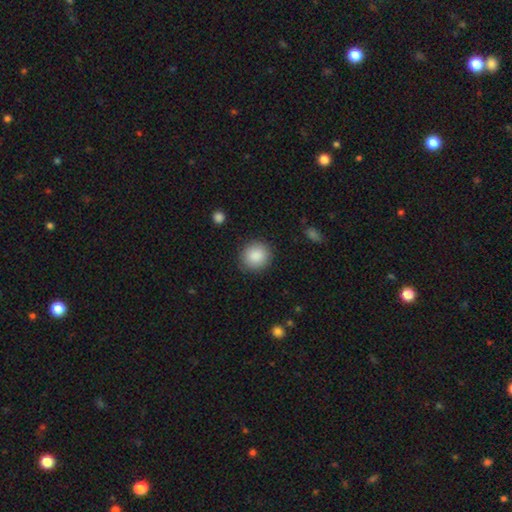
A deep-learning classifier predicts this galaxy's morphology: Smooth or featured: smooth — 88% (star or artifact — 7%)
How rounded: round — 88% (in between — 11%)
Merging: none — 88% (minor disturbance — 8%)